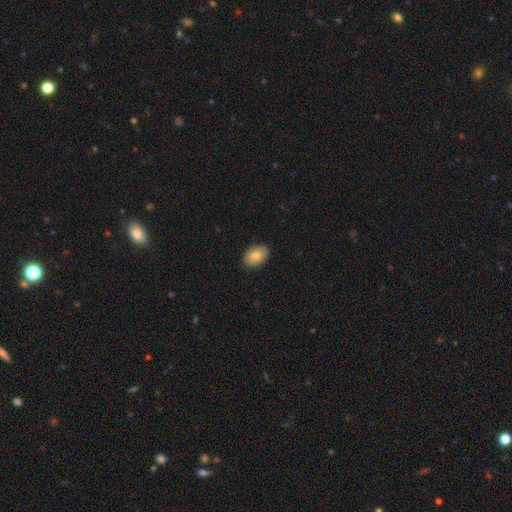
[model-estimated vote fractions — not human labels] The model was most divided on "smooth or featured": smooth: 81%, featured or disk: 12%, star or artifact: 7%. More confident: merging — none (88%); how rounded — in between (87%).